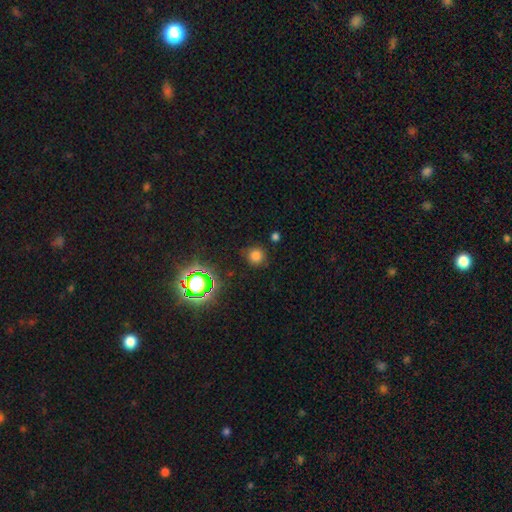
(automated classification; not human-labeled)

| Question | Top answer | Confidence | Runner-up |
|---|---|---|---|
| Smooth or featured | smooth | 72% | star or artifact (22%) |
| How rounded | round | 92% | in between (7%) |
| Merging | none | 83% | minor disturbance (11%) |